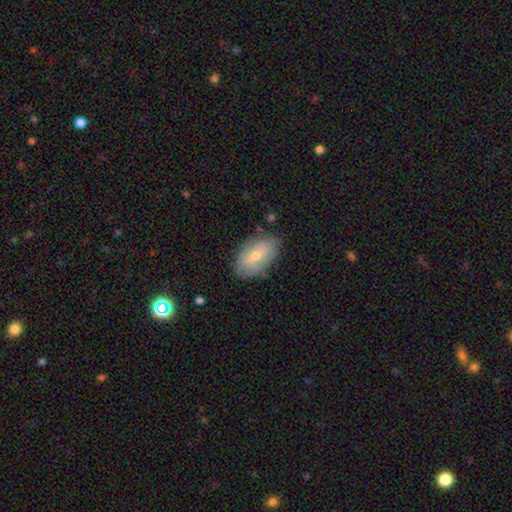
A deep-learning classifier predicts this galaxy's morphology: Smooth or featured? smooth (61%)
How rounded? in between (92%)
Merging? none (79%)